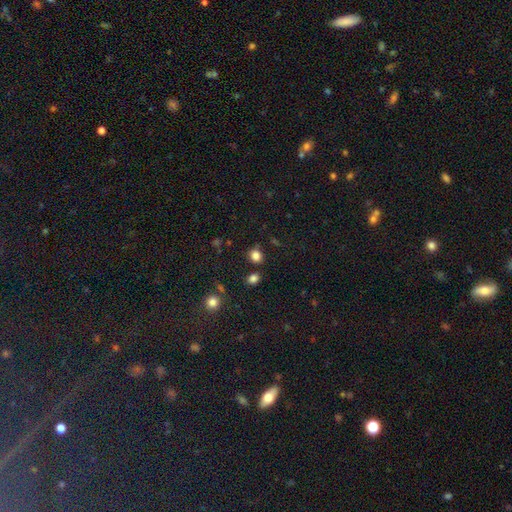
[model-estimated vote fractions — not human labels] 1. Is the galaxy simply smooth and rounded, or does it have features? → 82% smooth, 13% star or artifact, 4% featured or disk.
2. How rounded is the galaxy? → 60% round, 39% in between, 1% cigar-shaped.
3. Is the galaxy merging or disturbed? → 78% none, 12% minor disturbance, 6% merger, 4% major disturbance.